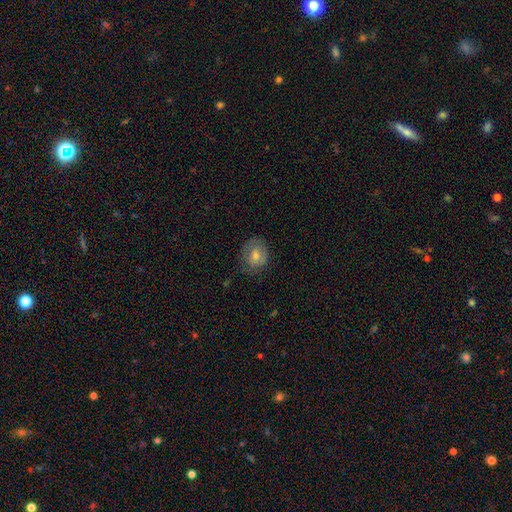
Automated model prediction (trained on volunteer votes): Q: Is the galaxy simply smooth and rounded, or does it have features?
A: smooth — 61%.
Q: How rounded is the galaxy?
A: round — 60%.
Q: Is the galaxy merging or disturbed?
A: none — 71%.